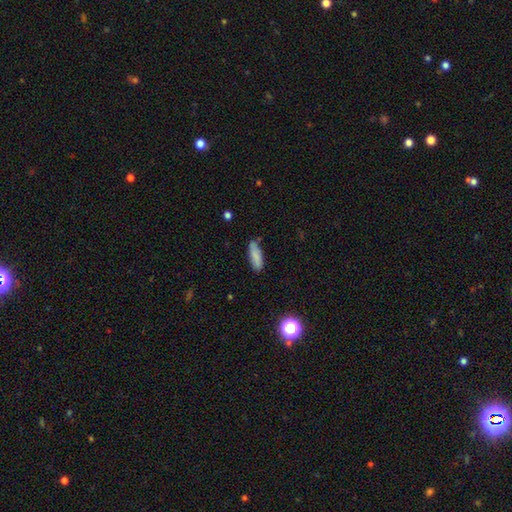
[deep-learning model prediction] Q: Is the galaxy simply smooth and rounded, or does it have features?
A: smooth — 83%.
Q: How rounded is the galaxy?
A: in between — 54%.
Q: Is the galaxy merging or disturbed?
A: none — 72%.